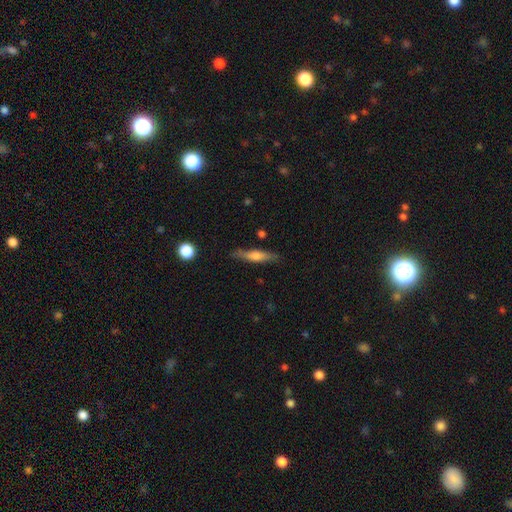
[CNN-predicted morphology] type=smooth (51%); roundness=cigar-shaped (82%); merging=none (82%).